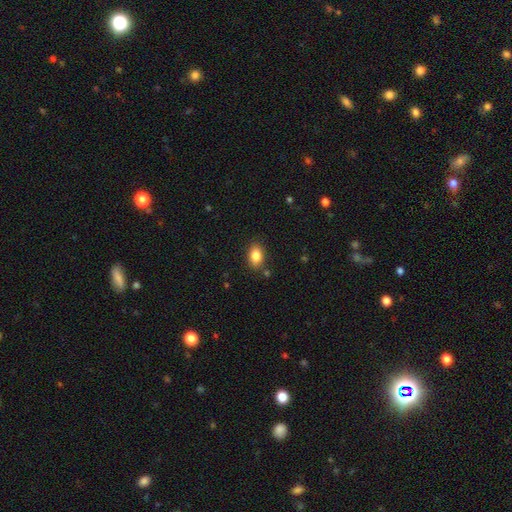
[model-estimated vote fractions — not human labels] The model was most divided on "how rounded": in between: 84%, round: 14%, cigar-shaped: 2%. More confident: merging — none (85%); smooth or featured — smooth (85%).